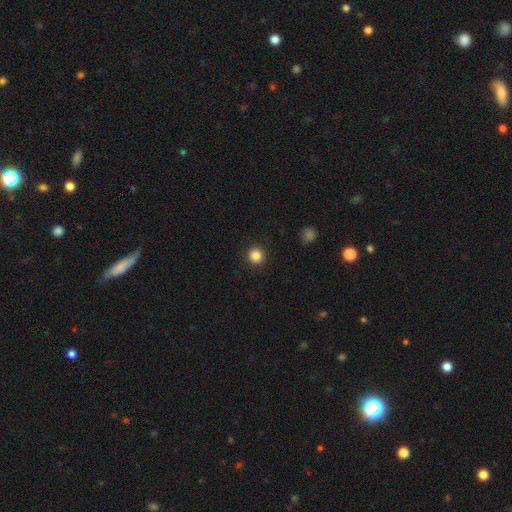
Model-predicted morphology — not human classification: smooth-or-featured: smooth: 86% | star or artifact: 11% | featured or disk: 3%
  how-rounded: round: 94% | in between: 5% | cigar-shaped: 1%
  merging: none: 92% | minor disturbance: 5% | major disturbance: 2% | merger: 1%